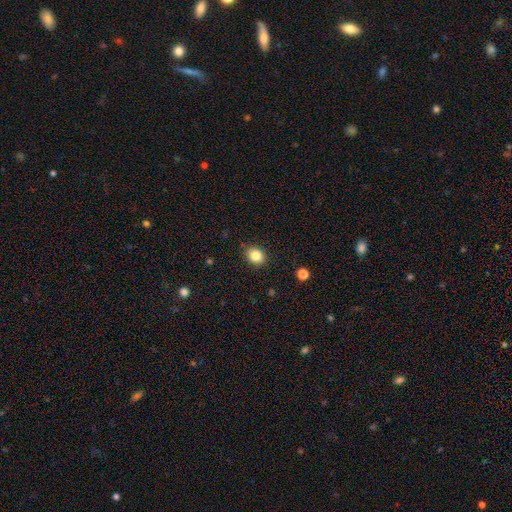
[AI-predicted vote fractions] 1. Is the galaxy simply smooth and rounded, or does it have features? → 84% smooth, 10% star or artifact, 6% featured or disk.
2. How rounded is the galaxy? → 62% round, 37% in between, 1% cigar-shaped.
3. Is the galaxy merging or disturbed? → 88% none, 8% minor disturbance, 2% major disturbance, 1% merger.